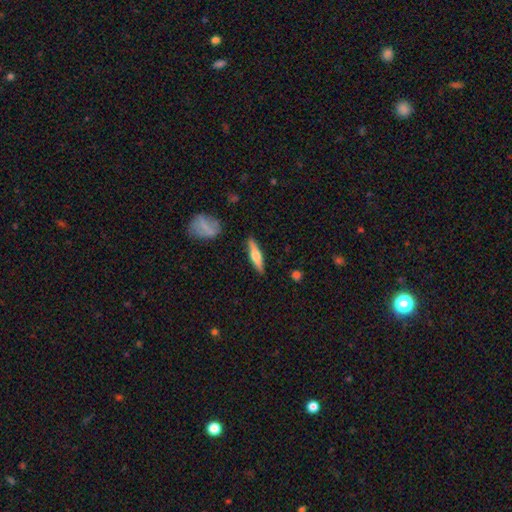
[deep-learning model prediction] Smooth or featured?
  - featured or disk: 55% *
  - smooth: 39%
  - star or artifact: 6%
Edge-on disk?
  - yes: 95% *
  - no: 5%
Edge-on bulge?
  - rounded: 89% *
  - boxy: 7%
  - none: 4%
Merging?
  - none: 88% *
  - minor disturbance: 8%
  - major disturbance: 2%
  - merger: 2%